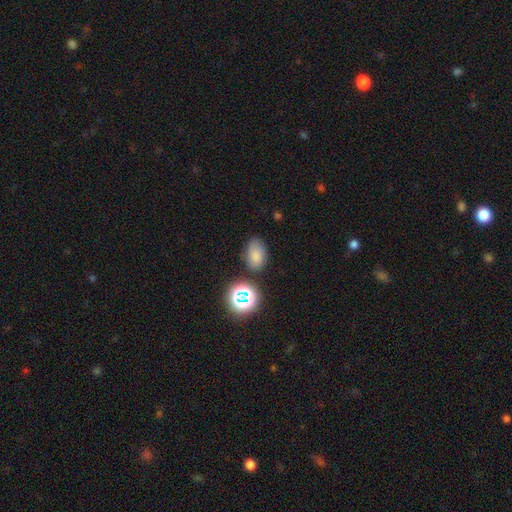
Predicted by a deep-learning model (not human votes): Overall: smooth (72%). How rounded: in between (85%). Merging: none (73%).